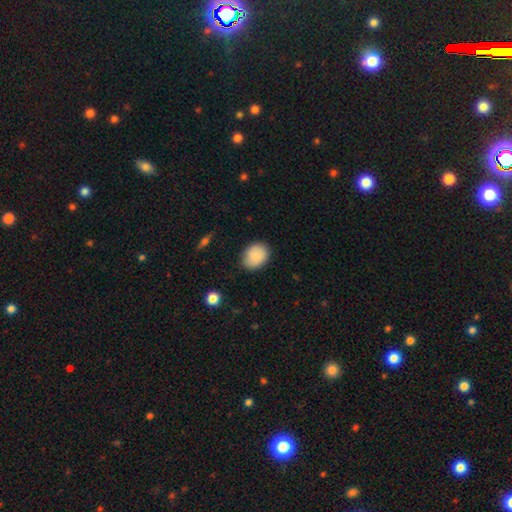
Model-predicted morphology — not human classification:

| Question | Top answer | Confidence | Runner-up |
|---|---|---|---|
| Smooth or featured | smooth | 87% | star or artifact (7%) |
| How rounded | in between | 55% | round (44%) |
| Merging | none | 81% | minor disturbance (15%) |